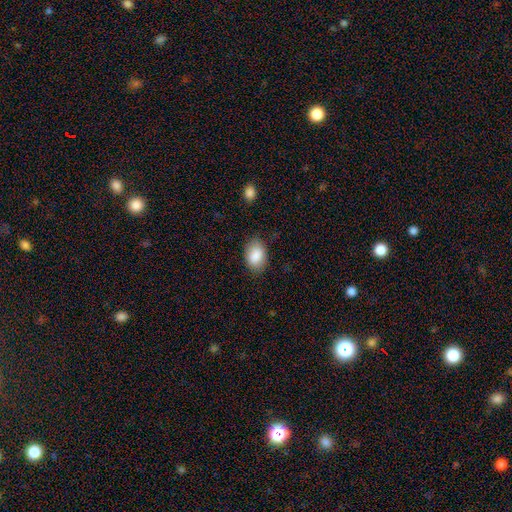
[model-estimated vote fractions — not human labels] Overall: smooth (88%). How rounded: in between (86%). Merging: none (81%).